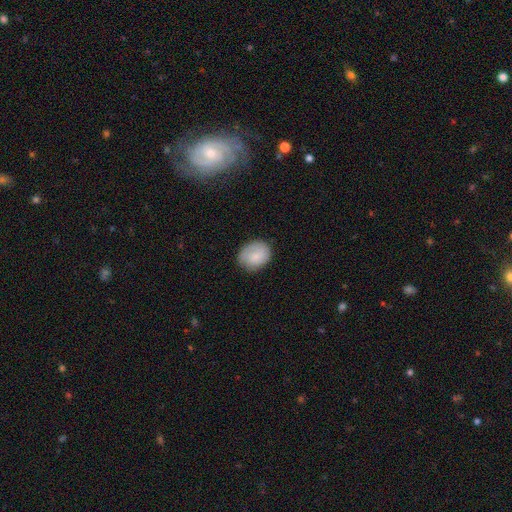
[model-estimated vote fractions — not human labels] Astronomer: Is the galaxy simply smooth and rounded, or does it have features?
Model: smooth — 80%.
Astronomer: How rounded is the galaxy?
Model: round — 52% (runner-up: in between, 47%).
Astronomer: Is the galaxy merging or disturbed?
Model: none — 76%.